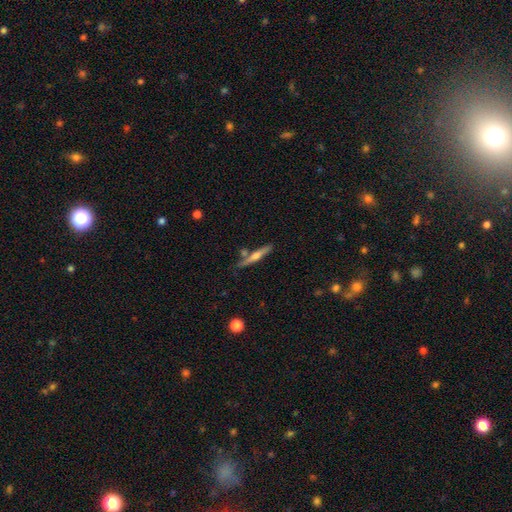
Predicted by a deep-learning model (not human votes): This appears to be a featured or disk galaxy (60%) viewed edge-on (97%) with a rounded central bulge (83%). Merging: none (76%).